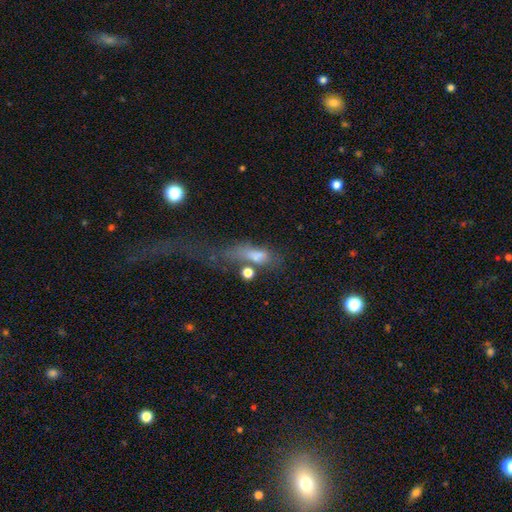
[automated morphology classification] Smooth or featured? Predicted: smooth (p=0.55). How rounded? Predicted: in between (p=0.50). Merging? Predicted: major disturbance (p=0.47).